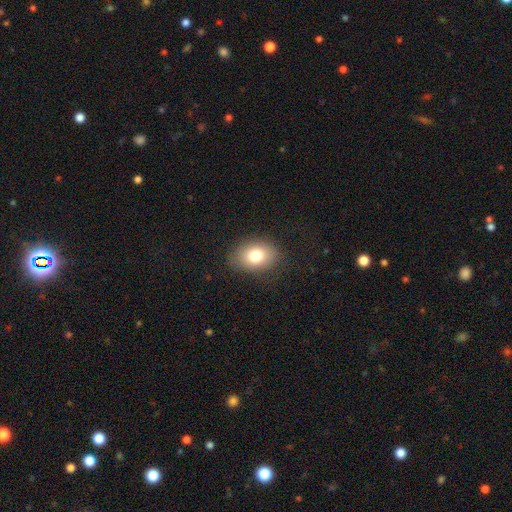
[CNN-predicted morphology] Smooth or featured: smooth — 78% (featured or disk — 12%)
How rounded: in between — 72% (round — 27%)
Merging: none — 84% (minor disturbance — 12%)